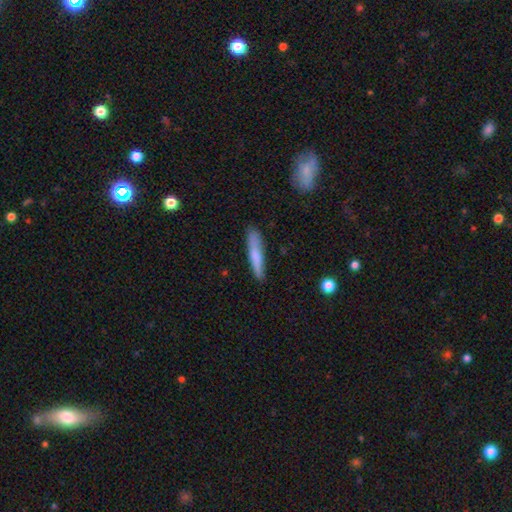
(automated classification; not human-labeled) smooth_or_featured: smooth (p=0.72) [alt: featured or disk p=0.22]
how_rounded: cigar-shaped (p=0.91) [alt: in between p=0.07]
merging: none (p=0.83) [alt: minor disturbance p=0.13]